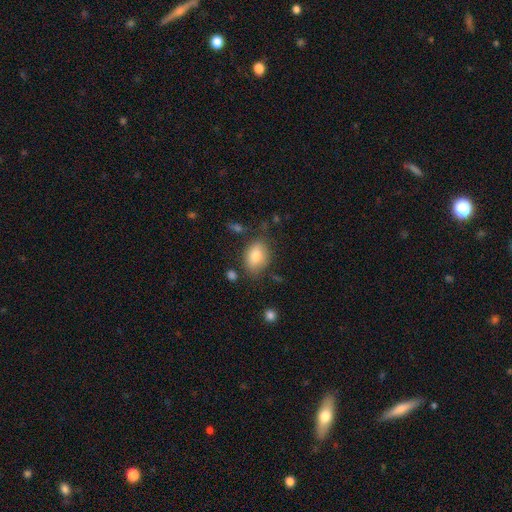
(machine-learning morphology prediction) Smooth or featured?
  - smooth: 80% *
  - featured or disk: 12%
  - star or artifact: 8%
How rounded?
  - in between: 79% *
  - round: 19%
  - cigar-shaped: 1%
Merging?
  - none: 73% *
  - minor disturbance: 19%
  - major disturbance: 5%
  - merger: 4%